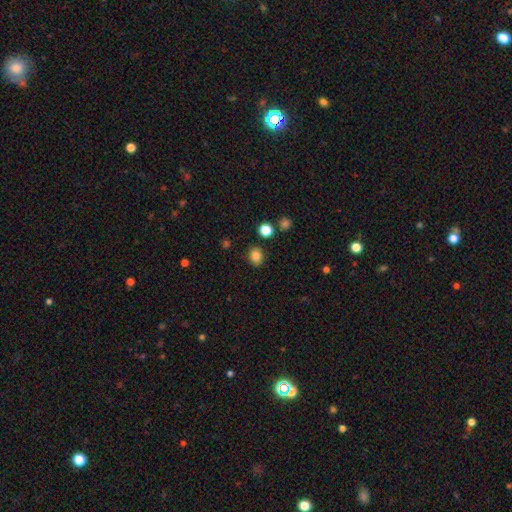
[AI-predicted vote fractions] A smooth galaxy with no disk features (83%) that is round (62%). Merging: none (85%).